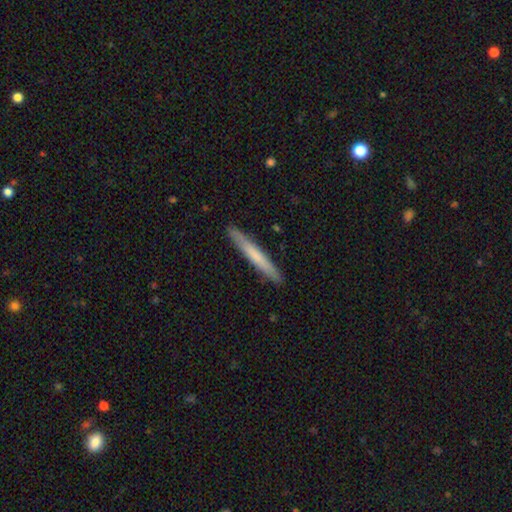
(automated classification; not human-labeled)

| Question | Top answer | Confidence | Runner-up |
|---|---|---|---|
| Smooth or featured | smooth | 65% | featured or disk (30%) |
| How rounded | cigar-shaped | 96% | in between (2%) |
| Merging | none | 90% | minor disturbance (7%) |